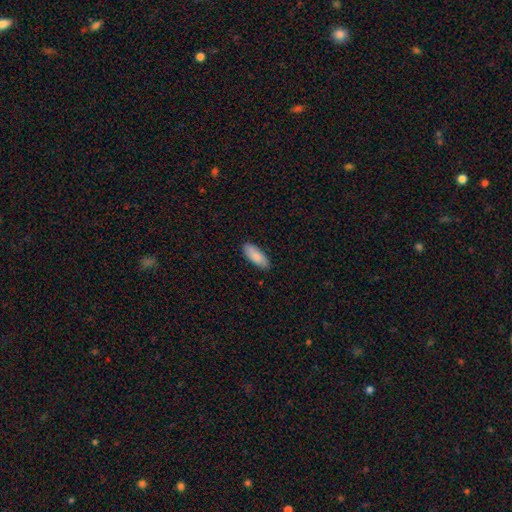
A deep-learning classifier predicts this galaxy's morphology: type=smooth (87%); roundness=in between (79%); merging=none (85%).